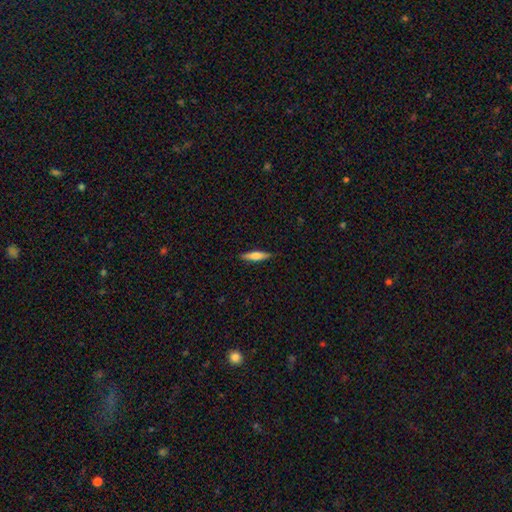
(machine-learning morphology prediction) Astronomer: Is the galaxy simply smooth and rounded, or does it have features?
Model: smooth — 63%.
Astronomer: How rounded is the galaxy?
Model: cigar-shaped — 78%.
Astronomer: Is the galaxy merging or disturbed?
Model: none — 88%.